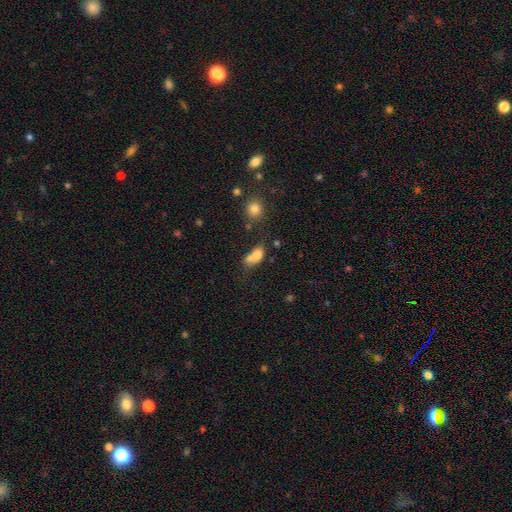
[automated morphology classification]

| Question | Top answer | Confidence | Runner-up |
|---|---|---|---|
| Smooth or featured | smooth | 73% | featured or disk (16%) |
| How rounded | in between | 78% | round (16%) |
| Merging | merger | 52% | none (26%) |